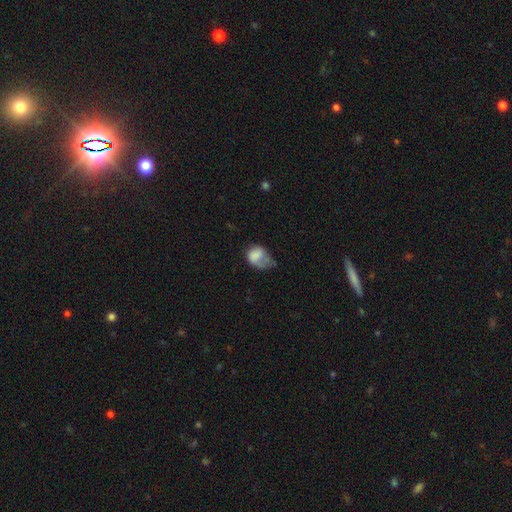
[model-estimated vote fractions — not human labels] Smooth or featured? smooth (74%)
How rounded? in between (61%)
Merging? major disturbance (40%)